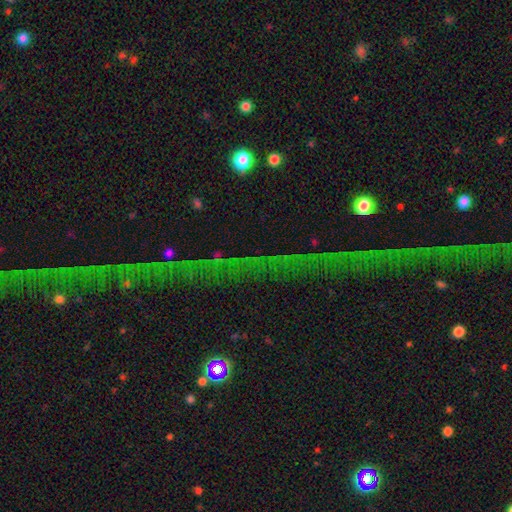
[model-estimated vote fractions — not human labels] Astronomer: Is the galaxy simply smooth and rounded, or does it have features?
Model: star or artifact — 66%.